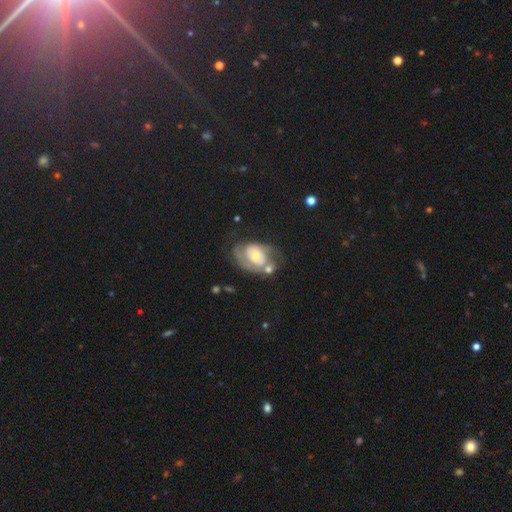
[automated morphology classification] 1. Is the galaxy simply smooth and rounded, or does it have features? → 75% featured or disk, 19% smooth, 6% star or artifact.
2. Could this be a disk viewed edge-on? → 96% no, 4% yes.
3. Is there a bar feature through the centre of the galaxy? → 67% no, 26% weak, 7% strong.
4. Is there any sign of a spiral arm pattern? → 83% yes, 17% no.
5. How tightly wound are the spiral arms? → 47% tight, 37% medium, 16% loose.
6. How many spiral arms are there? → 62% 2, 20% can't tell, 11% 1, 4% 3, 2% 4, 1% more than 4.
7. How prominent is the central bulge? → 58% moderate, 32% small, 7% large, 1% none, 1% dominant.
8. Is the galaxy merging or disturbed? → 44% none, 21% minor disturbance, 18% major disturbance, 16% merger.